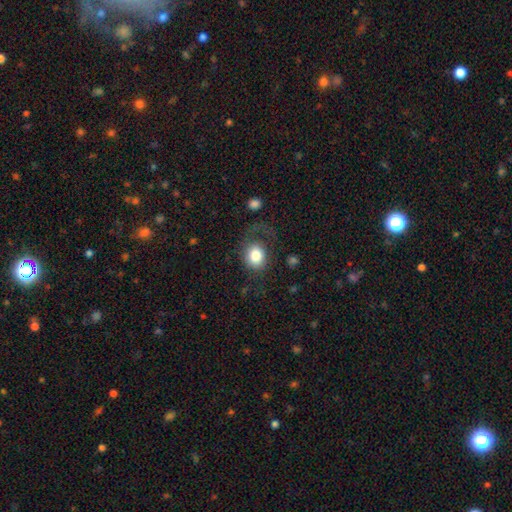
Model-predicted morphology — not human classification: Smooth or featured? smooth (79%)
How rounded? round (58%)
Merging? none (53%)